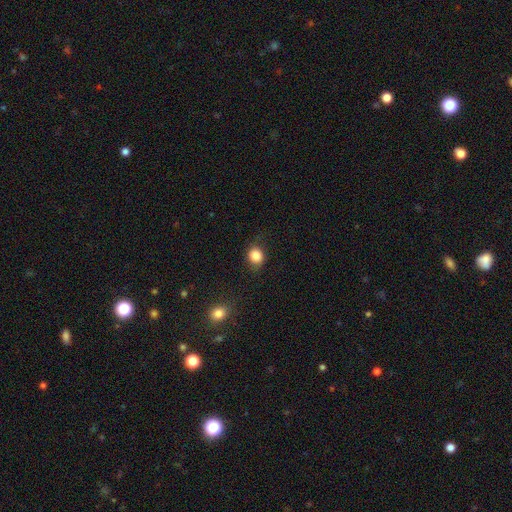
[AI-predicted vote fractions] Smooth or featured? Predicted: smooth (p=0.85). How rounded? Predicted: round (p=0.72). Merging? Predicted: none (p=0.76).